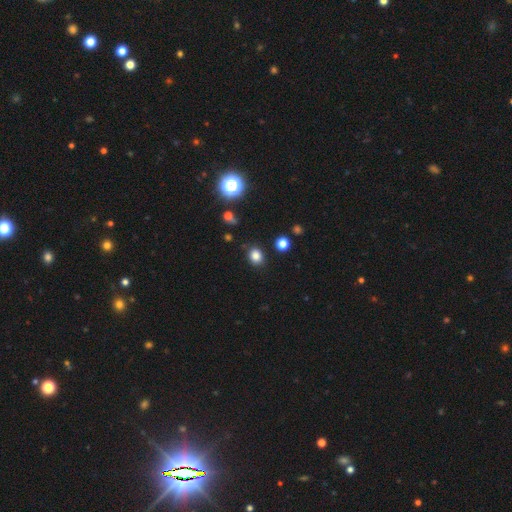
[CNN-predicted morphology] Smooth or featured? Predicted: smooth (p=0.82). How rounded? Predicted: round (p=0.58). Merging? Predicted: none (p=0.84).